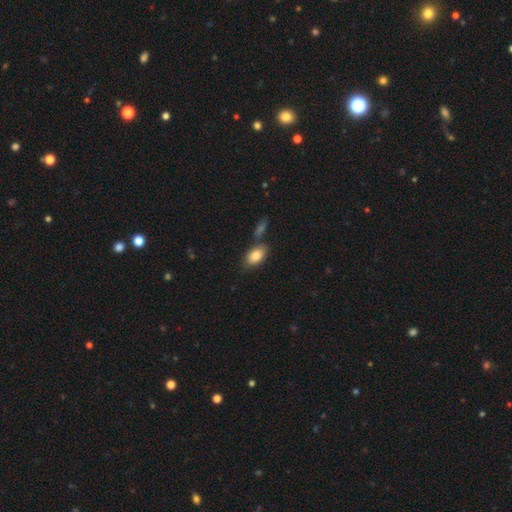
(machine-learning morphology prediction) Smooth or featured? Predicted: smooth (p=0.85). How rounded? Predicted: in between (p=0.91). Merging? Predicted: none (p=0.67).